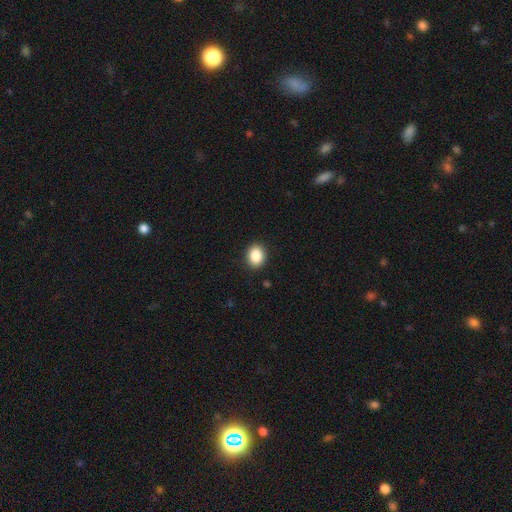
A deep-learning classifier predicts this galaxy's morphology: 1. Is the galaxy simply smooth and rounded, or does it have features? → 87% smooth, 9% star or artifact, 4% featured or disk.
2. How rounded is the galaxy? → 53% round, 47% in between, 1% cigar-shaped.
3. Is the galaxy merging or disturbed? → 90% none, 7% minor disturbance, 2% major disturbance, 1% merger.